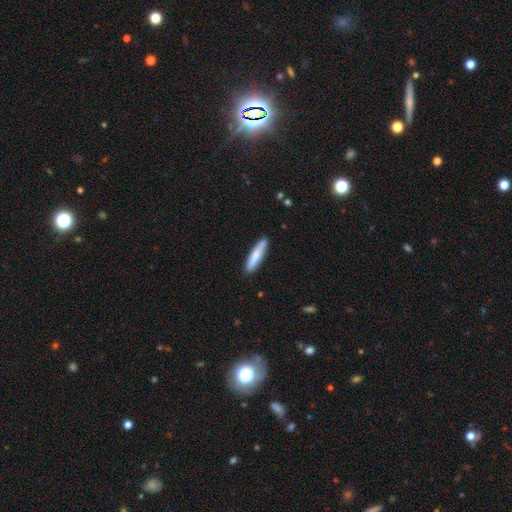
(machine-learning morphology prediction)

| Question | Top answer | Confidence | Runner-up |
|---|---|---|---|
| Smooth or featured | smooth | 75% | featured or disk (19%) |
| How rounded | cigar-shaped | 84% | in between (15%) |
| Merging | none | 88% | minor disturbance (9%) |